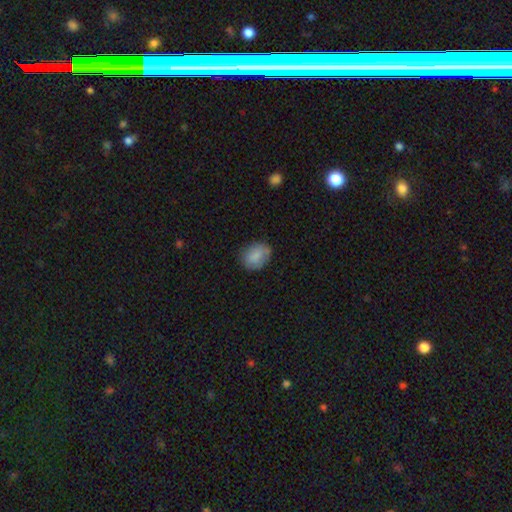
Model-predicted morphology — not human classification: smooth-or-featured: smooth: 82% | featured or disk: 11% | star or artifact: 7%
  how-rounded: in between: 59% | round: 40% | cigar-shaped: 1%
  merging: none: 73% | minor disturbance: 21% | major disturbance: 5% | merger: 2%